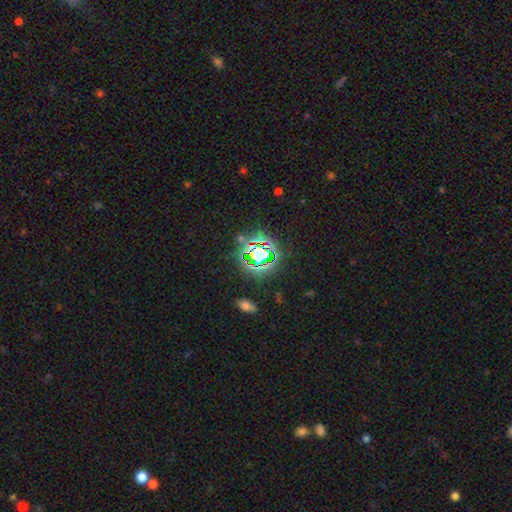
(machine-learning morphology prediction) type=star or artifact (74%).